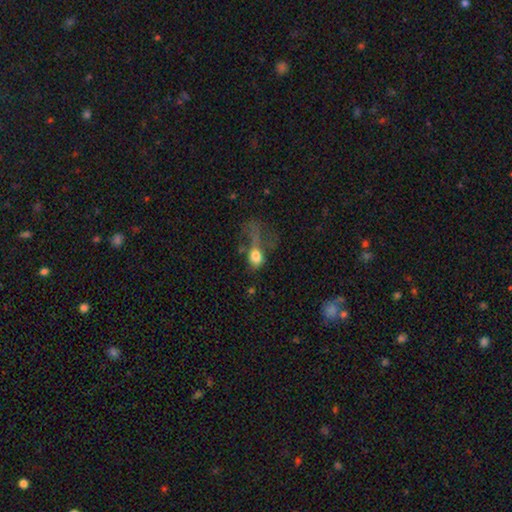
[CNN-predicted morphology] Smooth or featured: smooth — 66% (featured or disk — 23%)
How rounded: in between — 68% (round — 29%)
Merging: major disturbance — 67% (none — 13%)